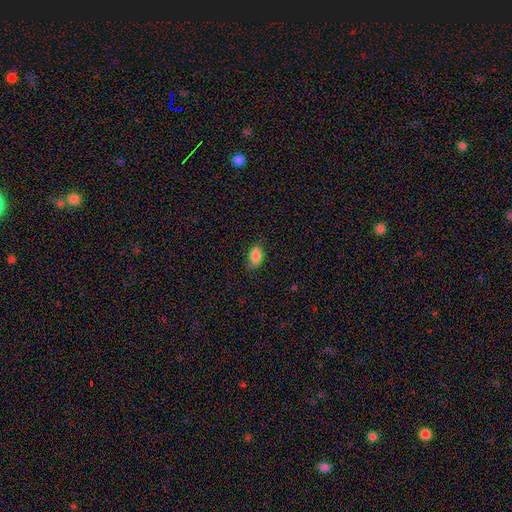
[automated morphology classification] Smooth or featured: smooth — 86% (star or artifact — 8%)
How rounded: in between — 90% (round — 8%)
Merging: none — 73% (minor disturbance — 21%)